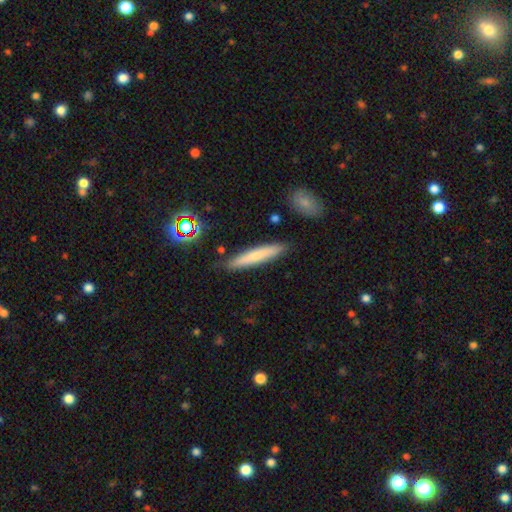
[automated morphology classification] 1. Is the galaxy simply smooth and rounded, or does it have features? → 64% smooth, 27% featured or disk, 8% star or artifact.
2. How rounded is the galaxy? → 92% cigar-shaped, 6% in between, 1% round.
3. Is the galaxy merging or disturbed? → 87% none, 9% minor disturbance, 2% merger, 2% major disturbance.